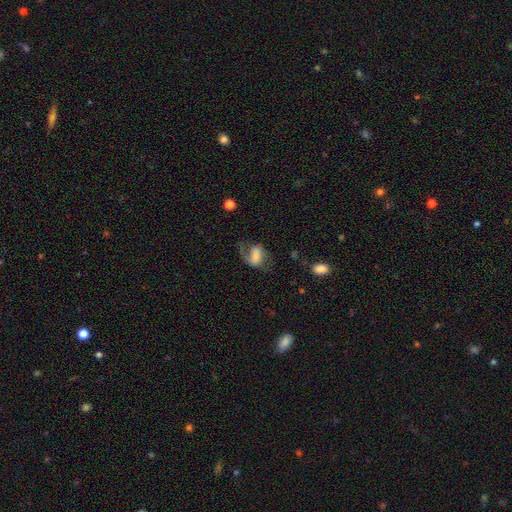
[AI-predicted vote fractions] The model was most divided on "bulge size": small: 31%, moderate: 29%, none: 18%, large: 16%, dominant: 5%. Remaining: edge-on disk — no (96%); spiral arms — yes (81%); smooth or featured — featured or disk (53%); merging — none (41%); bar — weak (38%).